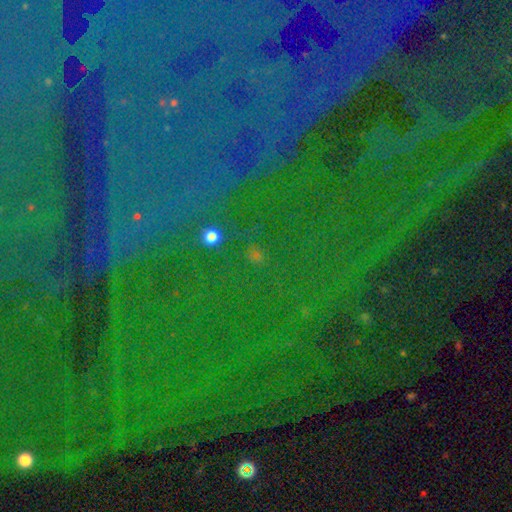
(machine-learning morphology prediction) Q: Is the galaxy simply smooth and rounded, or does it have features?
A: star or artifact — 85%.